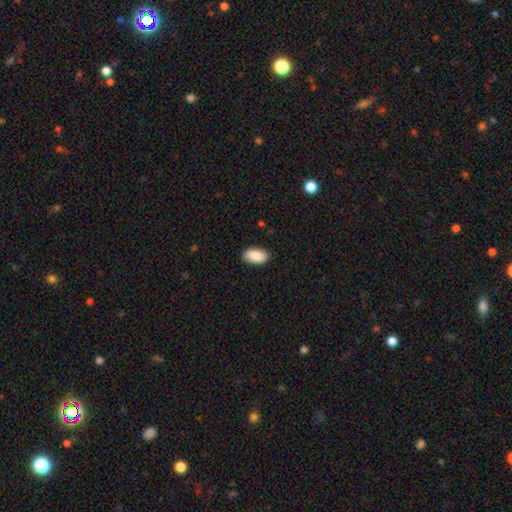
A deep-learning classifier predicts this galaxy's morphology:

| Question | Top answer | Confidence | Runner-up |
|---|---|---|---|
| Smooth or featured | smooth | 87% | featured or disk (6%) |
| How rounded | in between | 94% | cigar-shaped (3%) |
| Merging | none | 88% | minor disturbance (9%) |